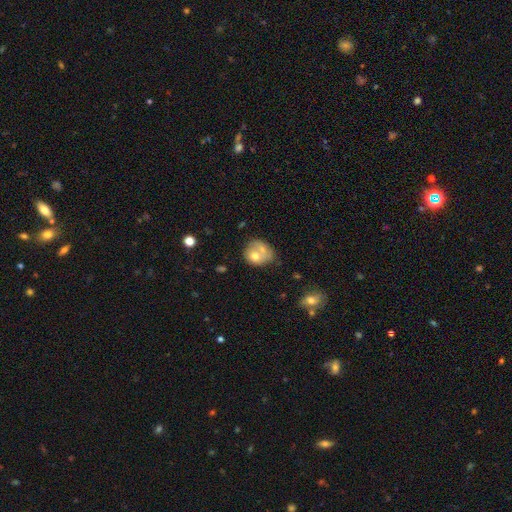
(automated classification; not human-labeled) The model was most divided on "merging": merger: 47%, none: 28%, minor disturbance: 15%, major disturbance: 10%. More confident: smooth or featured — smooth (61%); how rounded — round (60%).